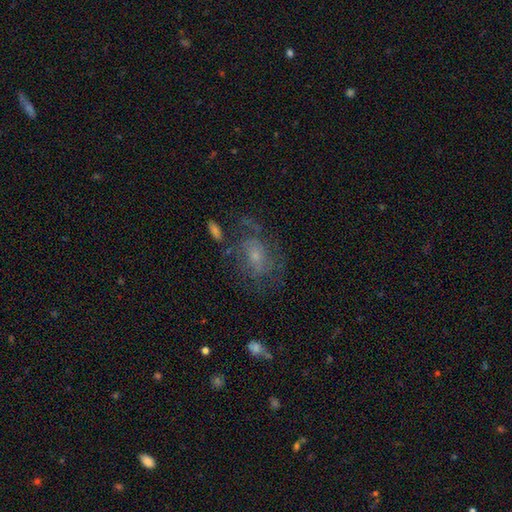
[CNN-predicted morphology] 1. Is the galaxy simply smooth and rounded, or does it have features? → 59% featured or disk, 28% smooth, 13% star or artifact.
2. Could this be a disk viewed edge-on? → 97% no, 3% yes.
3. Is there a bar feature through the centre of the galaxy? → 70% no, 25% weak, 5% strong.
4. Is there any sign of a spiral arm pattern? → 68% yes, 32% no.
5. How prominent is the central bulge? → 65% small, 25% moderate, 6% none, 3% large, 1% dominant.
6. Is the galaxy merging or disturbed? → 51% none, 24% major disturbance, 20% minor disturbance, 5% merger.